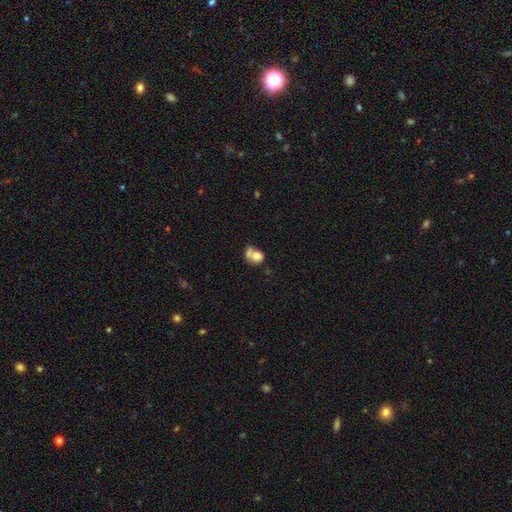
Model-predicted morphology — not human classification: Smooth or featured? smooth (76%)
How rounded? round (60%)
Merging? merger (52%)